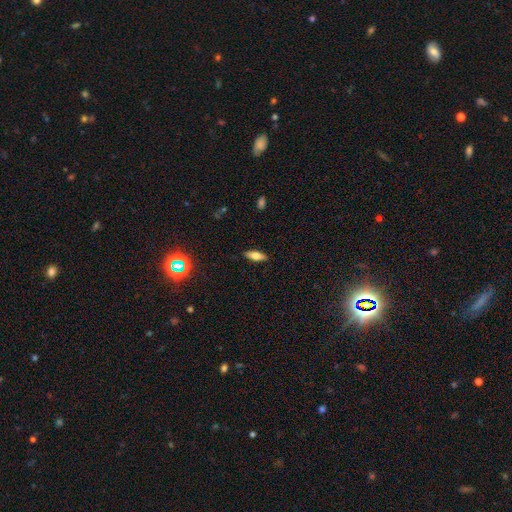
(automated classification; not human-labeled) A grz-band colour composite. It shows a smooth galaxy with no disk features (66%) that is in between round and cigar-shaped (62%). Merging: none (88%).